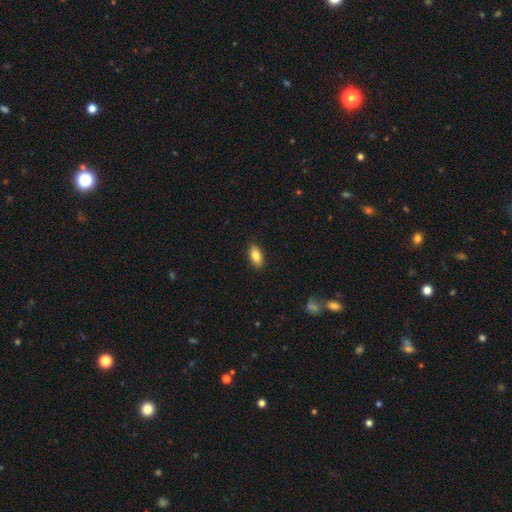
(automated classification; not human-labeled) Smooth or featured: smooth — 84% (featured or disk — 9%)
How rounded: in between — 88% (cigar-shaped — 8%)
Merging: none — 89% (minor disturbance — 8%)